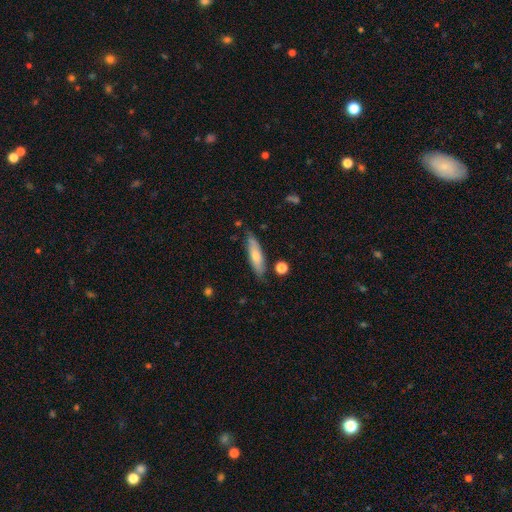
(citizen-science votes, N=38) smooth 66%, featured or disk 34%, star or artifact 0%. Down the decision tree: how rounded — cigar-shaped (68%); merging — none (79%).